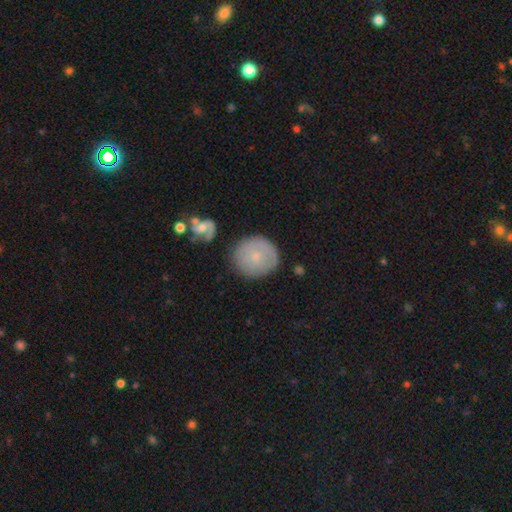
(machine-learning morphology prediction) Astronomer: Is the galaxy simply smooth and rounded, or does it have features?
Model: smooth — 67%.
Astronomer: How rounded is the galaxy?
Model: round — 89%.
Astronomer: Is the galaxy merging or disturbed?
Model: none — 79%.